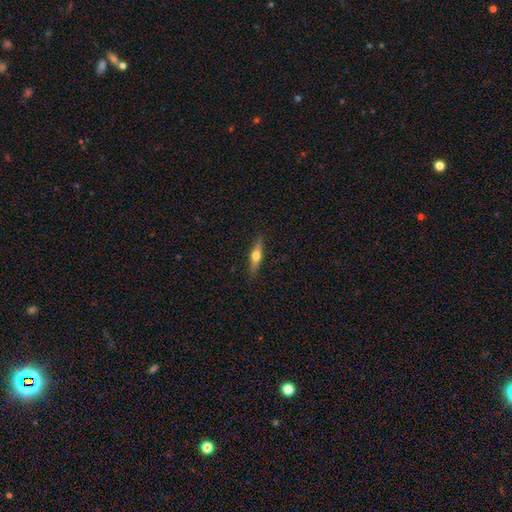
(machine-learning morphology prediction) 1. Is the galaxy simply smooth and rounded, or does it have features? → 56% featured or disk, 38% smooth, 6% star or artifact.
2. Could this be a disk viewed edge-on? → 94% yes, 6% no.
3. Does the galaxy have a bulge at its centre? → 95% rounded, 3% boxy, 3% none.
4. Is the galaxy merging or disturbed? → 89% none, 8% minor disturbance, 2% major disturbance, 1% merger.